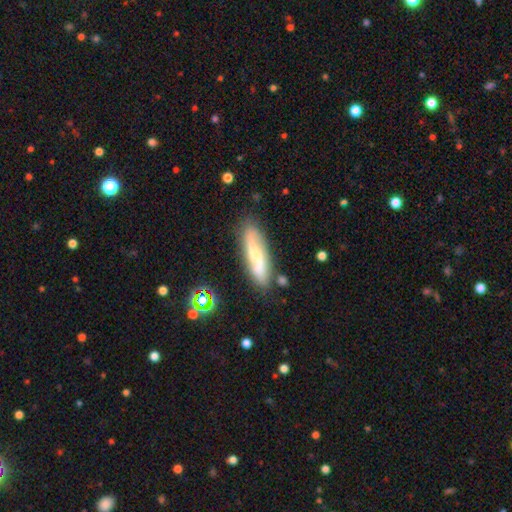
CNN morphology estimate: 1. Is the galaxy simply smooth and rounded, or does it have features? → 64% featured or disk, 29% smooth, 7% star or artifact.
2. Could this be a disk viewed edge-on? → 72% no, 28% yes.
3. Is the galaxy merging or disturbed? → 81% none, 13% minor disturbance, 3% major disturbance, 3% merger.